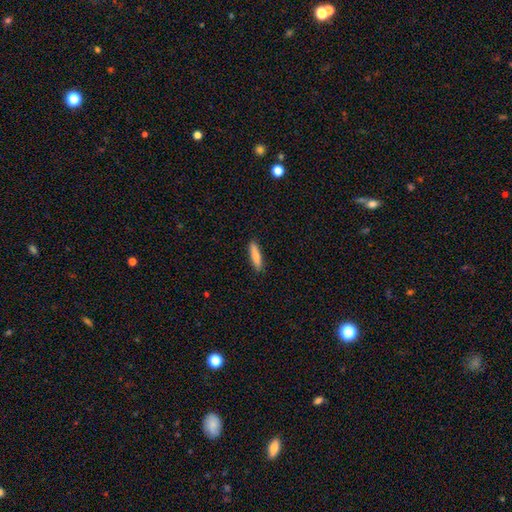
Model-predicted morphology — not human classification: This is likely a smooth galaxy (79%). How rounded: likely cigar-shaped (78%). Merging: clearly none (90%).